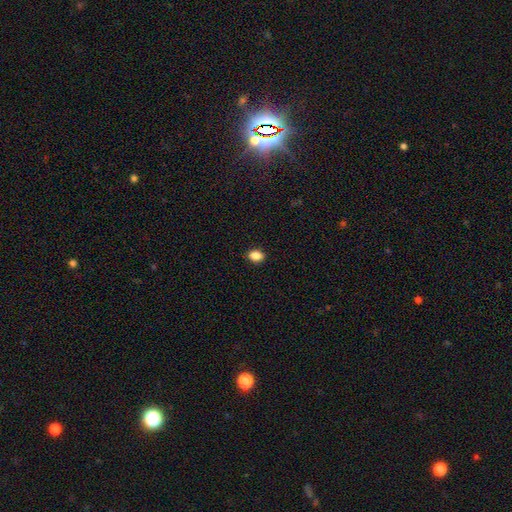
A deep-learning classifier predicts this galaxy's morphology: smooth-or-featured: smooth: 87% | star or artifact: 9% | featured or disk: 4%
  how-rounded: in between: 72% | round: 26% | cigar-shaped: 1%
  merging: none: 90% | minor disturbance: 7% | major disturbance: 2% | merger: 1%